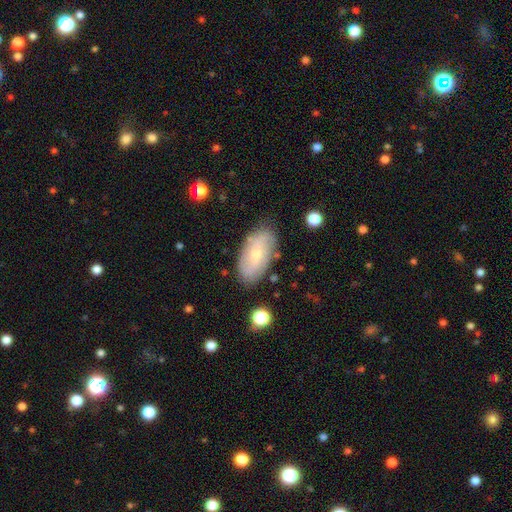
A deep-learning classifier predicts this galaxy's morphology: type=featured or disk (55%); edge-on=no (91%); merging=none (80%).